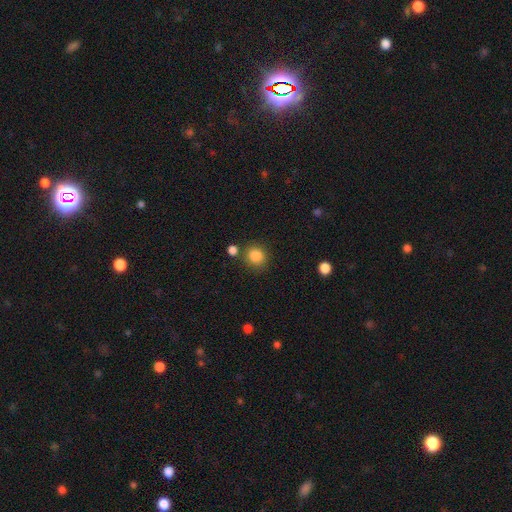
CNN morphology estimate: Smooth or featured? Predicted: smooth (p=0.85). How rounded? Predicted: round (p=0.87). Merging? Predicted: none (p=0.81).